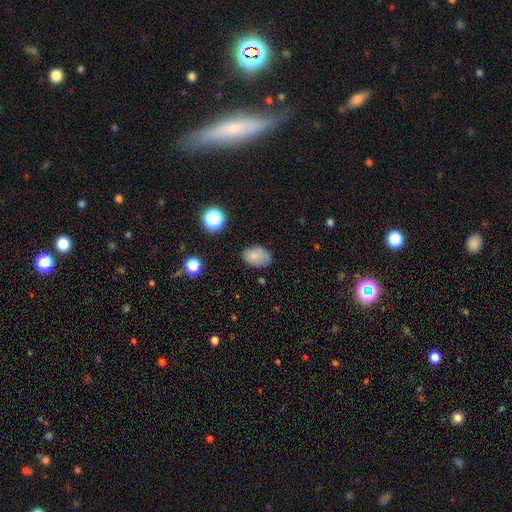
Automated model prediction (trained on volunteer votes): Smooth or featured? smooth (79%)
How rounded? in between (80%)
Merging? none (68%)